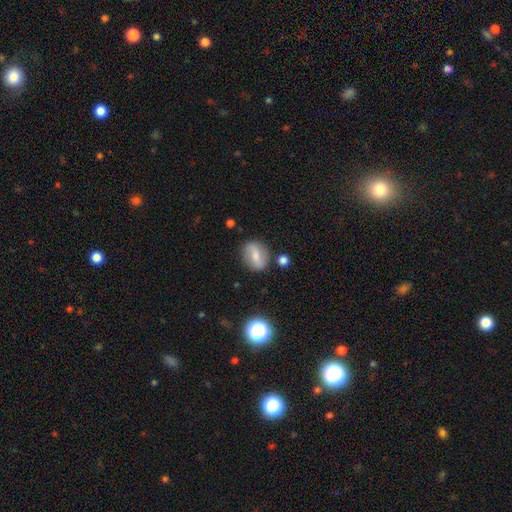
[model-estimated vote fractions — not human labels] Morphology: type=smooth (55%); roundness=in between (53%); merging=none (78%).